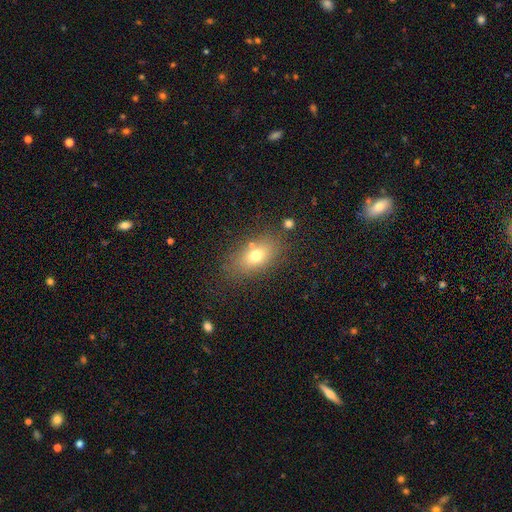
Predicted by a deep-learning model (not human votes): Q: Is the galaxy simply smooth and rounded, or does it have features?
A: smooth — 71%.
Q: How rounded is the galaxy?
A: in between — 82%.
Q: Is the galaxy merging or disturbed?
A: none — 78%.